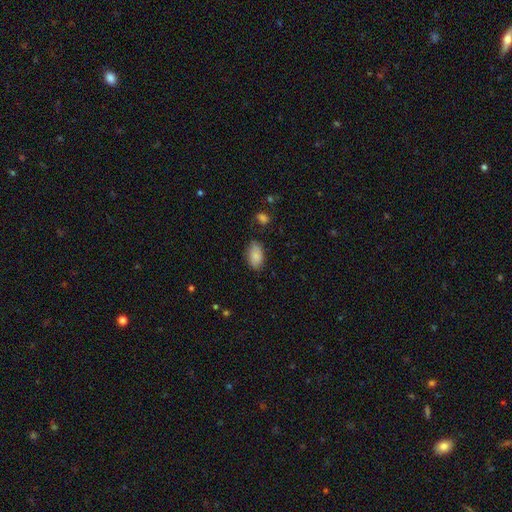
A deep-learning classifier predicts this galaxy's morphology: Smooth or featured: smooth — 87% (star or artifact — 7%)
How rounded: in between — 93% (round — 5%)
Merging: none — 78% (minor disturbance — 16%)